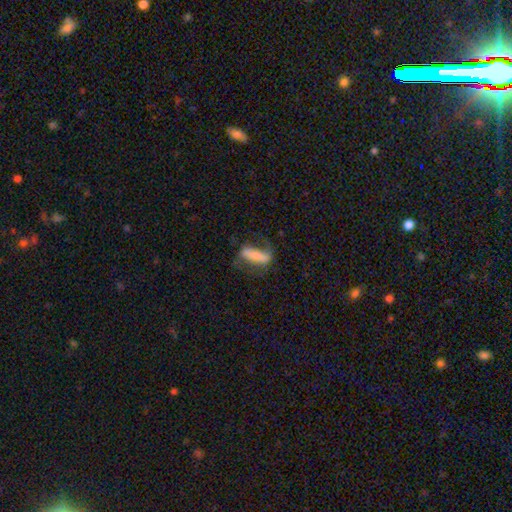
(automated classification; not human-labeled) This appears to be a smooth galaxy with no disk features (48%). Merging: none (51%).